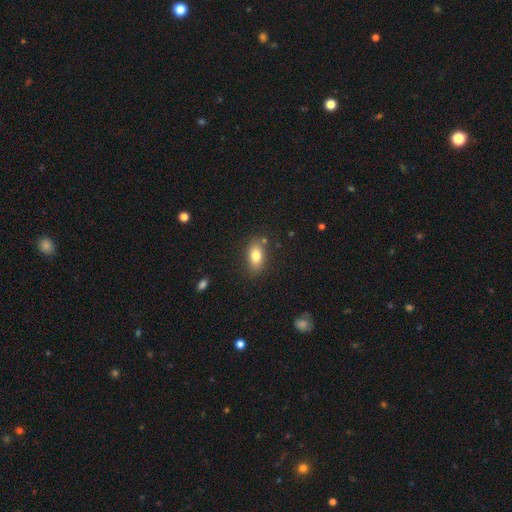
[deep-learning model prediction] Smooth or featured: smooth — 80% (featured or disk — 11%)
How rounded: in between — 87% (round — 9%)
Merging: none — 82% (minor disturbance — 12%)